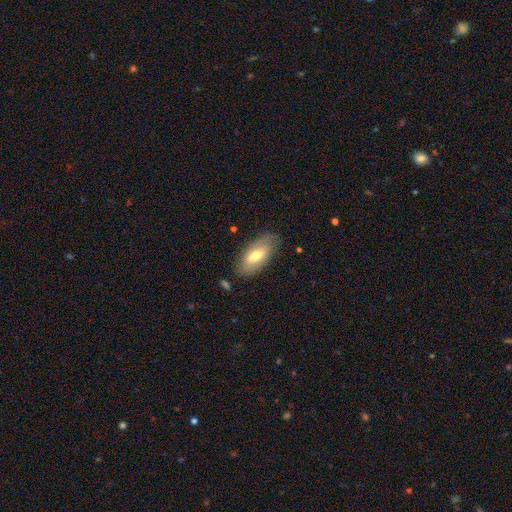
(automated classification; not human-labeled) Smooth or featured? smooth (63%)
How rounded? in between (89%)
Merging? none (77%)